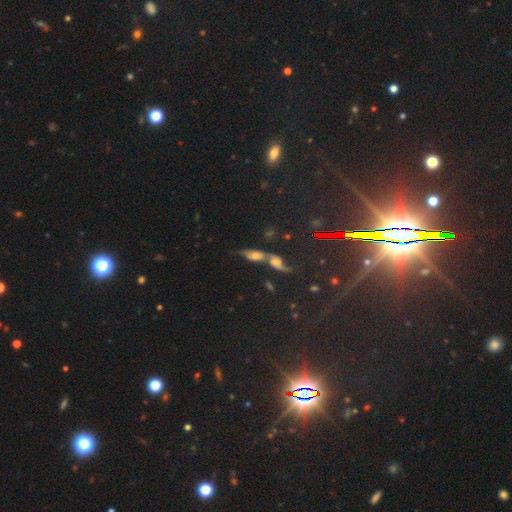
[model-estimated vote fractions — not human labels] This is marginally a smooth galaxy (42%). Merging: possibly merger (56%).